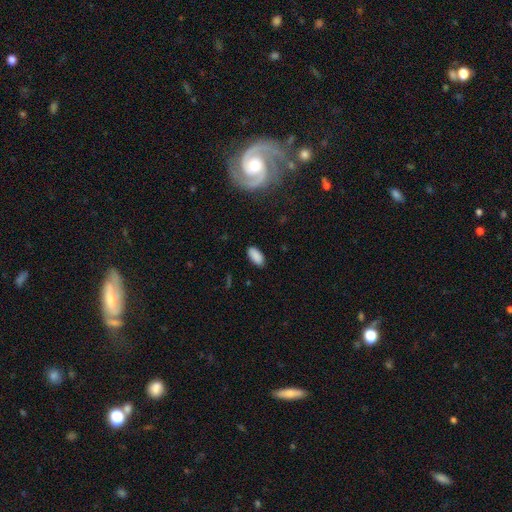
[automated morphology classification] smooth_or_featured: smooth (p=0.88) [alt: star or artifact p=0.08]
how_rounded: in between (p=0.93) [alt: cigar-shaped p=0.05]
merging: none (p=0.86) [alt: minor disturbance p=0.10]